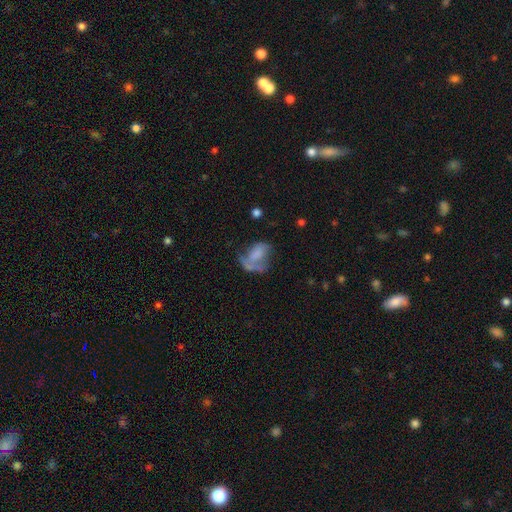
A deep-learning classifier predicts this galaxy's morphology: This is possibly a smooth galaxy (49%). Merging: marginally major disturbance (41%).